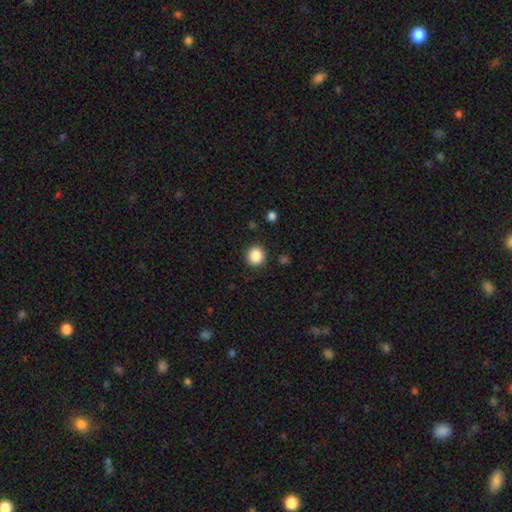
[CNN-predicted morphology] type=smooth (87%); roundness=round (92%); merging=none (91%).